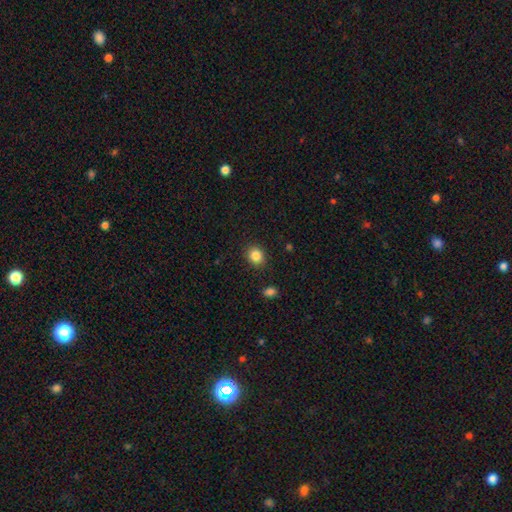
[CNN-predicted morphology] smooth_or_featured: smooth (p=0.85) [alt: star or artifact p=0.10]
how_rounded: round (p=0.70) [alt: in between p=0.29]
merging: none (p=0.88) [alt: minor disturbance p=0.08]